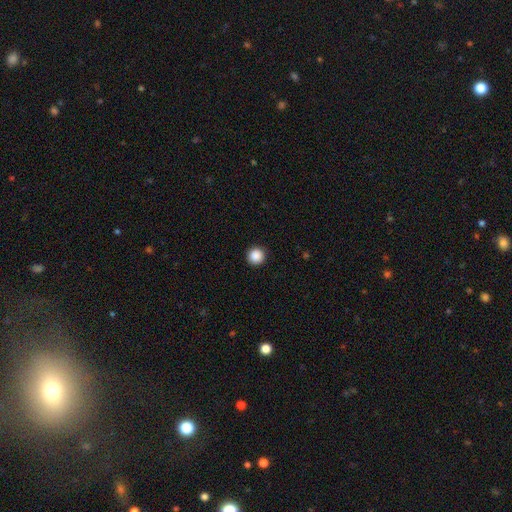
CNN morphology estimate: smooth 88%, star or artifact 9%, featured or disk 3%. Down the decision tree: how rounded — round (96%); merging — none (93%).